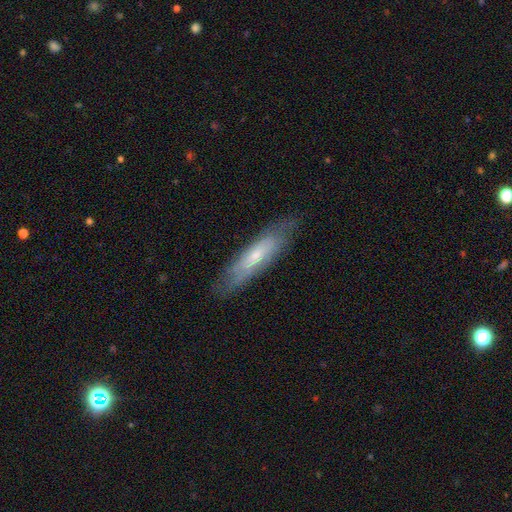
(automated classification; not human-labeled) A featured or disk galaxy (52%). Merging: none (77%).